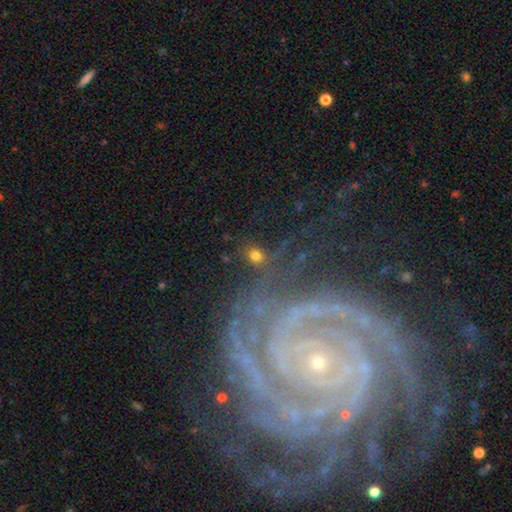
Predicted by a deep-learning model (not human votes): smooth-or-featured: smooth: 71% | star or artifact: 17% | featured or disk: 11%
  how-rounded: round: 82% | in between: 17% | cigar-shaped: 2%
  merging: none: 76% | minor disturbance: 11% | major disturbance: 7% | merger: 7%